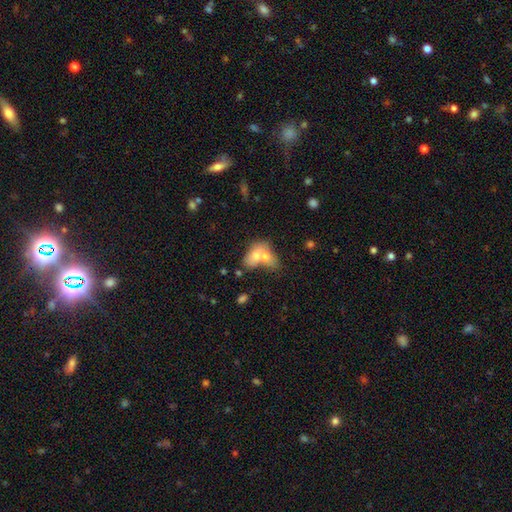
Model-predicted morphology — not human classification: Smooth or featured: smooth — 68% (featured or disk — 24%)
How rounded: in between — 77% (round — 19%)
Merging: merger — 75% (none — 15%)